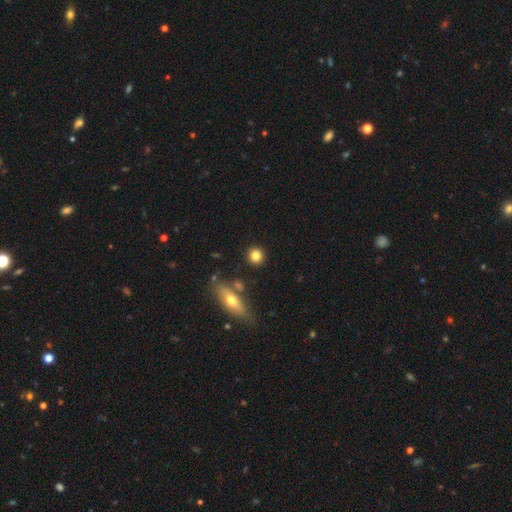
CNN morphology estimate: smooth-or-featured: smooth: 82% | star or artifact: 9% | featured or disk: 9%
  how-rounded: round: 90% | in between: 9% | cigar-shaped: 2%
  merging: none: 87% | minor disturbance: 7% | merger: 4% | major disturbance: 2%